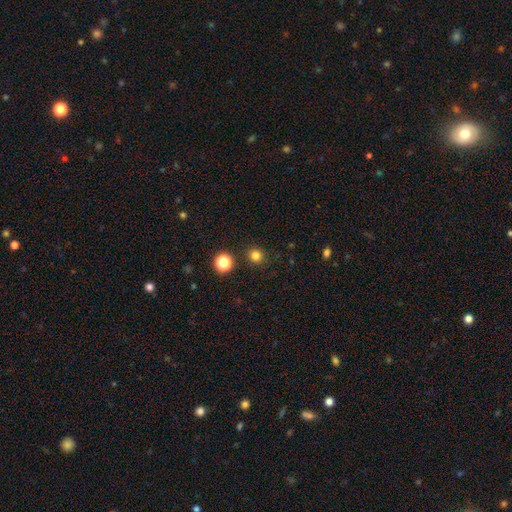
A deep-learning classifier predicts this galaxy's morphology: smooth-or-featured: smooth: 79% | star or artifact: 16% | featured or disk: 5%
  how-rounded: round: 92% | in between: 7% | cigar-shaped: 1%
  merging: none: 89% | minor disturbance: 6% | merger: 3% | major disturbance: 2%